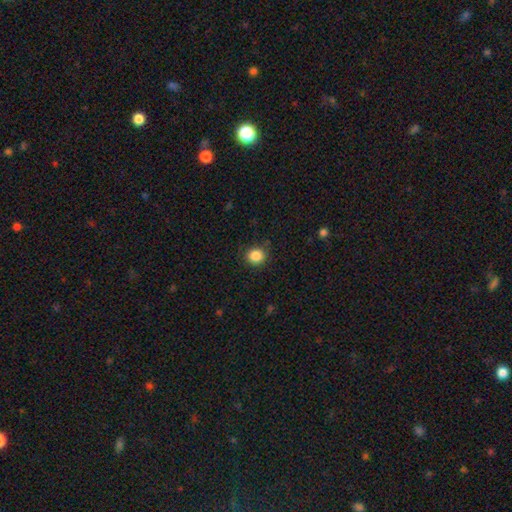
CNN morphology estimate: Smooth or featured: smooth — 86% (star or artifact — 10%)
How rounded: round — 88% (in between — 11%)
Merging: none — 87% (minor disturbance — 9%)